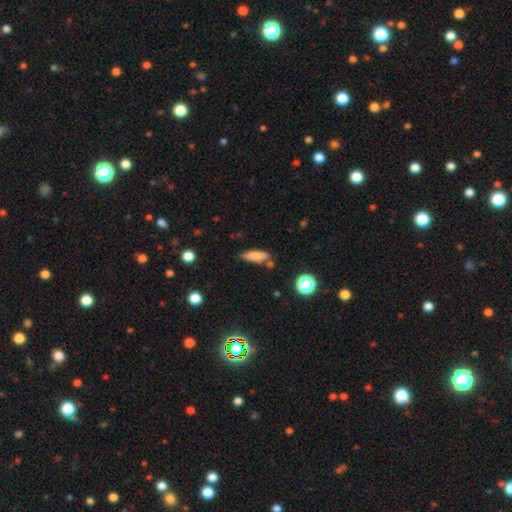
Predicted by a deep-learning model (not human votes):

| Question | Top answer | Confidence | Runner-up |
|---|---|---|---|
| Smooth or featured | smooth | 77% | featured or disk (14%) |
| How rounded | in between | 50% | cigar-shaped (47%) |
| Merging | none | 65% | minor disturbance (20%) |